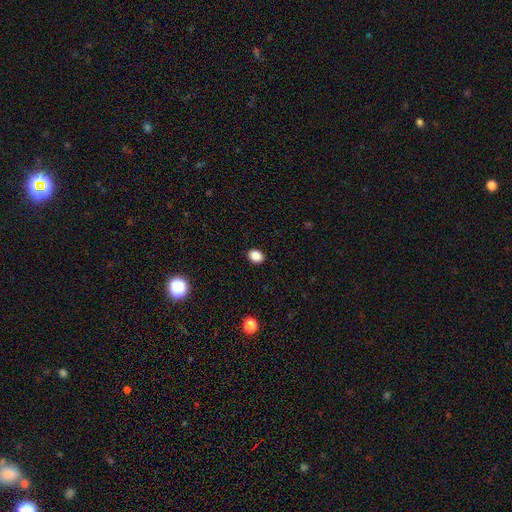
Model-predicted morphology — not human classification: This appears to be a smooth galaxy with no disk features (87%) that is in between round and cigar-shaped (63%). Merging: none (90%).